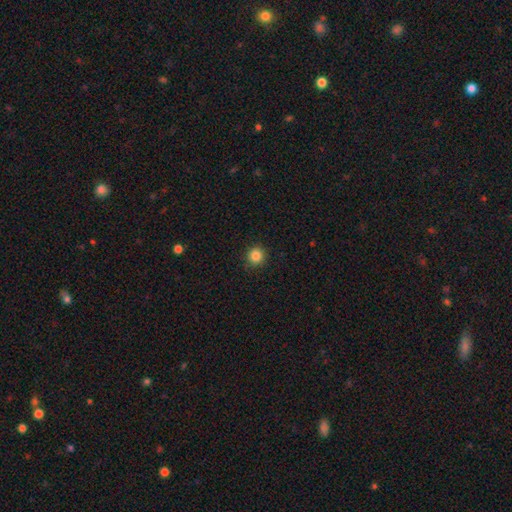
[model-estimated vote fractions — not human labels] Q: Smooth or featured?
A: smooth (85%); runner-up: star or artifact (11%)
Q: How rounded?
A: round (94%); runner-up: in between (5%)
Q: Merging?
A: none (91%); runner-up: minor disturbance (6%)